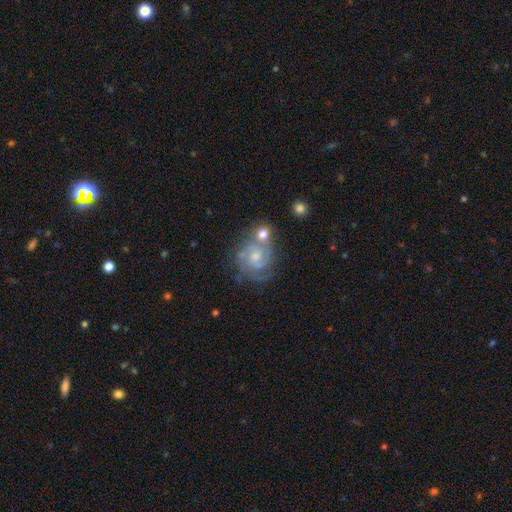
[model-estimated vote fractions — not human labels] smooth-or-featured: featured or disk: 82% | smooth: 10% | star or artifact: 7%
  disk-edge-on: no: 98% | yes: 2%
    bar: no: 67% | weak: 28% | strong: 4%
    has-spiral-arms: yes: 96% | no: 4%
      spiral-winding: tight: 60% | medium: 34% | loose: 6%
      spiral-arm-count: 2: 42% | 3: 28% | can't tell: 17% | 4: 5% | 1: 4% | more than 4: 4%
    bulge-size: small: 50% | moderate: 42% | none: 4% | large: 2% | dominant: 1%
  merging: none: 59% | minor disturbance: 17% | merger: 16% | major disturbance: 8%